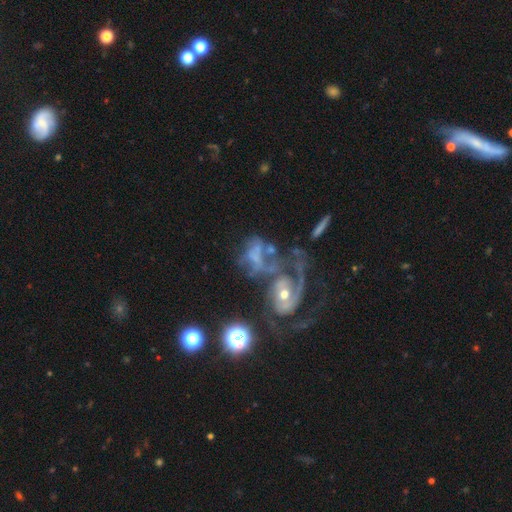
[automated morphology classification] Smooth or featured: featured or disk — 64% (smooth — 21%)
Edge-on disk: no — 96% (yes — 4%)
Bar: no — 72% (weak — 20%)
Spiral arms: yes — 59% (no — 41%)
Bulge size: moderate — 44% (small — 27%)
Merging: merger — 47% (major disturbance — 29%)